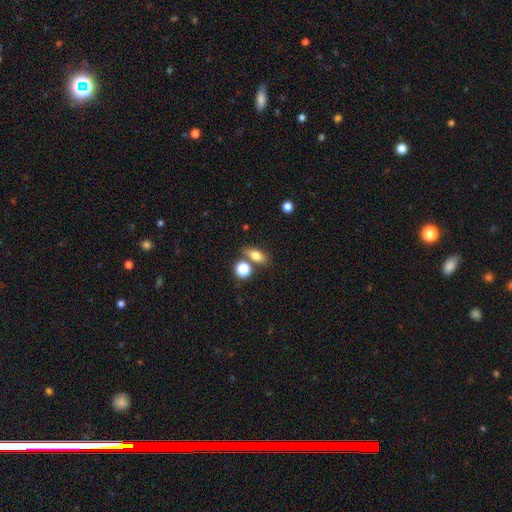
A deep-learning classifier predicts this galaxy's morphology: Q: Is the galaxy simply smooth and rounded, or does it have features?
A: smooth — 73%.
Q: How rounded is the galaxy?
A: in between — 70%.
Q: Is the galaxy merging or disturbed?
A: none — 69%.